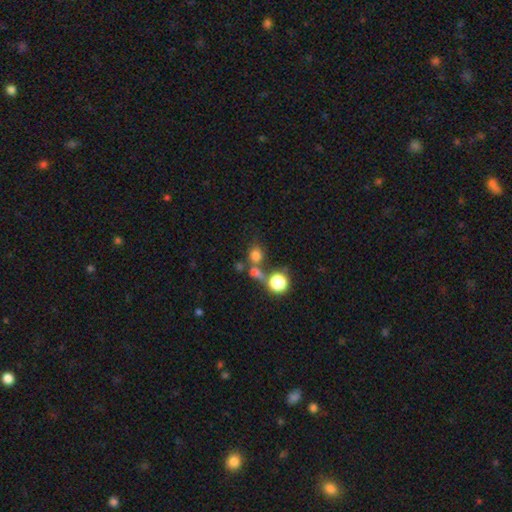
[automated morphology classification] smooth-or-featured: smooth: 73% | star or artifact: 17% | featured or disk: 10%
  how-rounded: round: 78% | in between: 21% | cigar-shaped: 2%
  merging: none: 51% | merger: 33% | minor disturbance: 9% | major disturbance: 6%